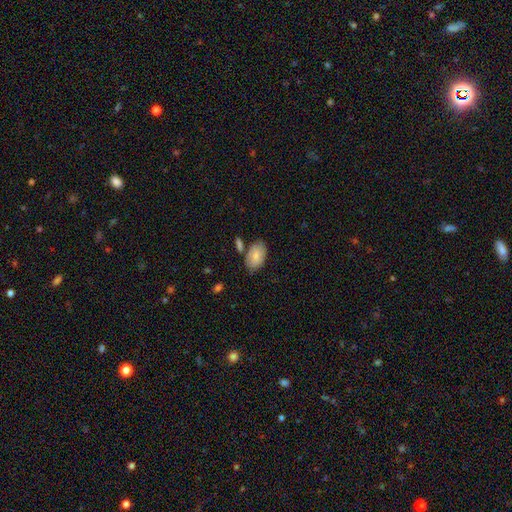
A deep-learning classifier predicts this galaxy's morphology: A smooth galaxy with no disk features (81%) that is in between round and cigar-shaped (93%).

Vote fractions:
- Smooth or featured? smooth: 81% / featured or disk: 13% / star or artifact: 6%
- How rounded? in between: 93% / round: 6% / cigar-shaped: 1%
- Merging? none: 69% / minor disturbance: 16% / merger: 11% / major disturbance: 4%